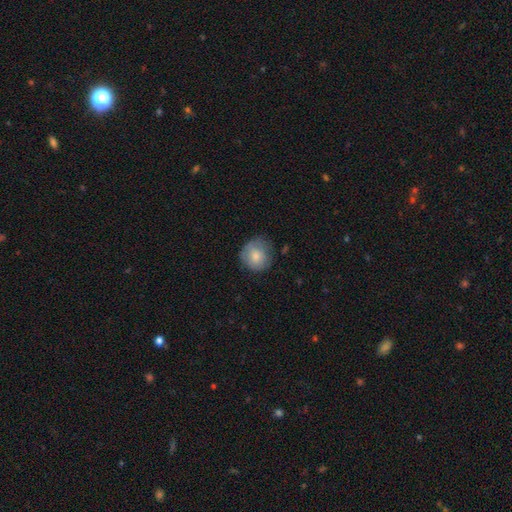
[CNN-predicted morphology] Smooth or featured: smooth — 77% (featured or disk — 15%)
How rounded: round — 85% (in between — 14%)
Merging: none — 67% (minor disturbance — 24%)